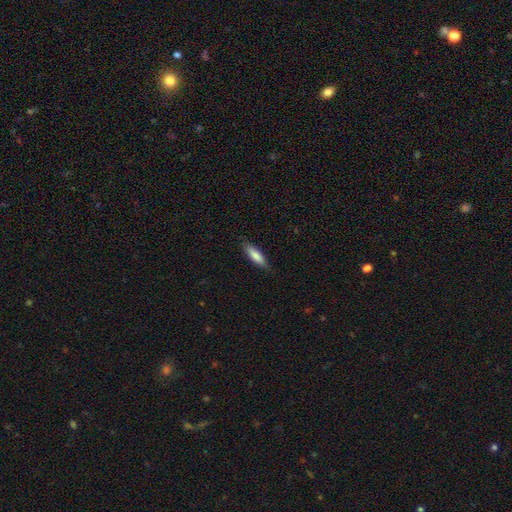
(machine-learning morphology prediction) A smooth galaxy with no disk features (82%) that is cigar-shaped (56%). Merging: none (84%).